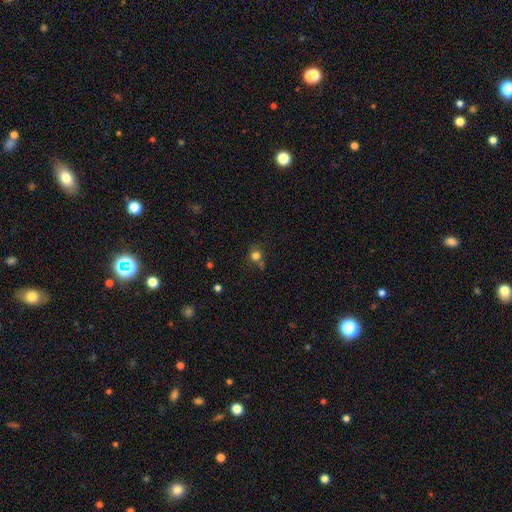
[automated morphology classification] Q: Smooth or featured?
A: smooth (75%); runner-up: star or artifact (16%)
Q: How rounded?
A: round (84%); runner-up: in between (14%)
Q: Merging?
A: none (62%); runner-up: minor disturbance (17%)